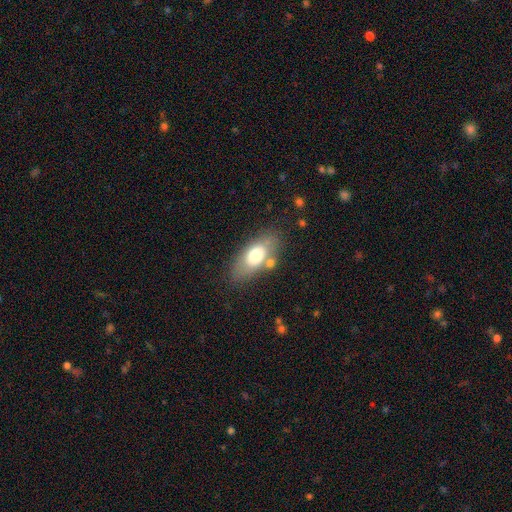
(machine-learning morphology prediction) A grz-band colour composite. It shows a smooth galaxy with no disk features (67%) that is in between round and cigar-shaped (87%). Merging: none (68%).